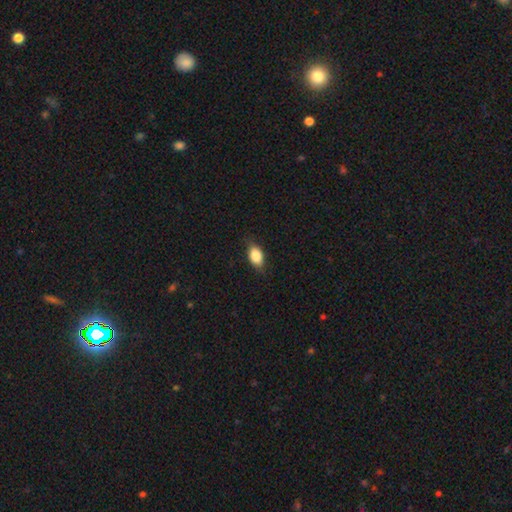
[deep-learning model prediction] A smooth galaxy with no disk features (84%) that is in between round and cigar-shaped (87%). Merging: none (80%).